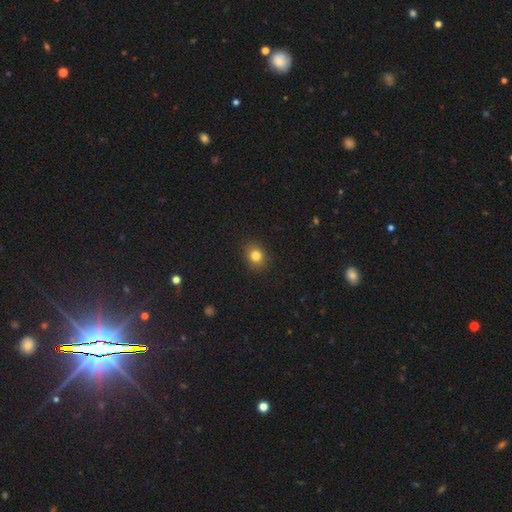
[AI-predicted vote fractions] Smooth or featured? smooth (82%)
How rounded? round (58%)
Merging? none (89%)